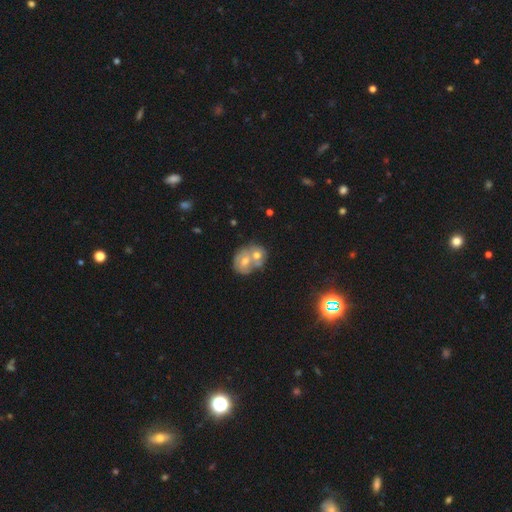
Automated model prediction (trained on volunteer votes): This is marginally a featured or disk galaxy (42%, tied with smooth). Merging: likely merger (65%).